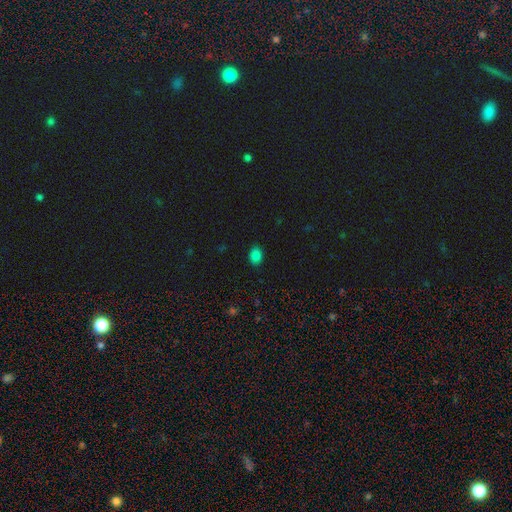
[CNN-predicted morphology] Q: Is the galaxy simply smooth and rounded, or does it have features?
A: smooth — 83%.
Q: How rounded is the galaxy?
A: in between — 70%.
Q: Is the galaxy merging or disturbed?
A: none — 87%.